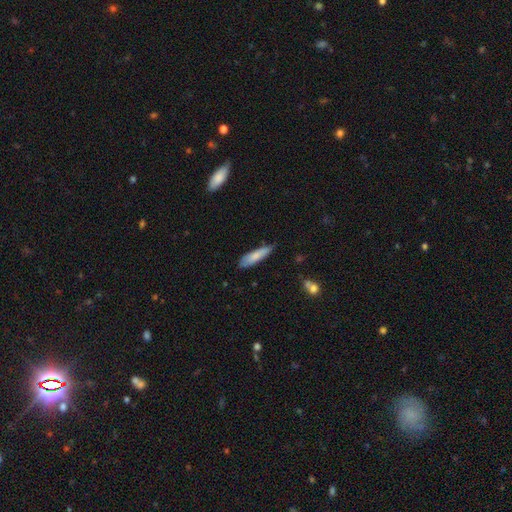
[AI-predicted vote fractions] smooth-or-featured: smooth: 78% | featured or disk: 16% | star or artifact: 6%
  how-rounded: cigar-shaped: 72% | in between: 27% | round: 2%
  merging: none: 67% | minor disturbance: 27% | major disturbance: 4% | merger: 2%